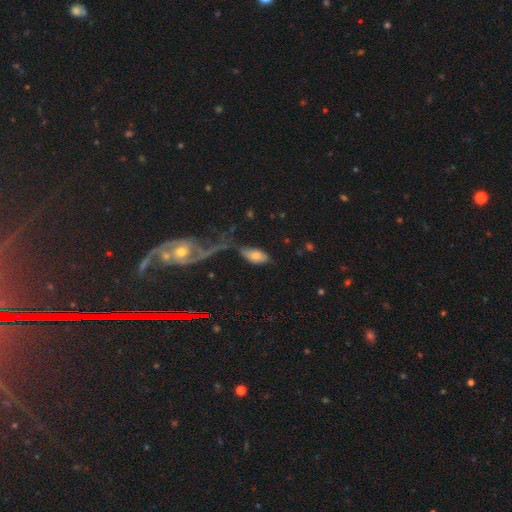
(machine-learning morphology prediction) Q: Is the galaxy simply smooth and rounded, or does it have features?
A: smooth — 69%.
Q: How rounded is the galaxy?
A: in between — 92%.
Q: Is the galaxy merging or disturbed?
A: none — 47%.